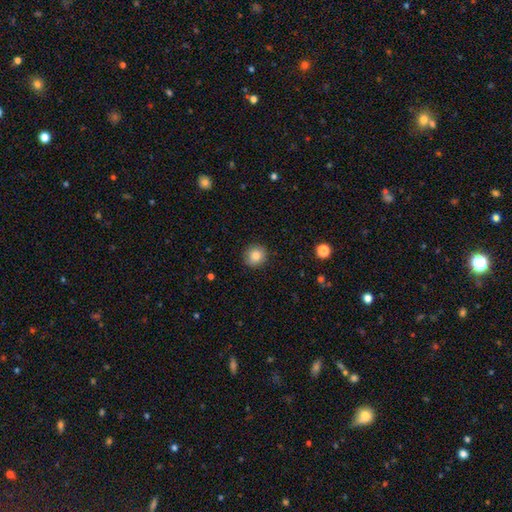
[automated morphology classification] Smooth or featured: smooth — 83% (star or artifact — 10%)
How rounded: round — 90% (in between — 9%)
Merging: none — 89% (minor disturbance — 8%)